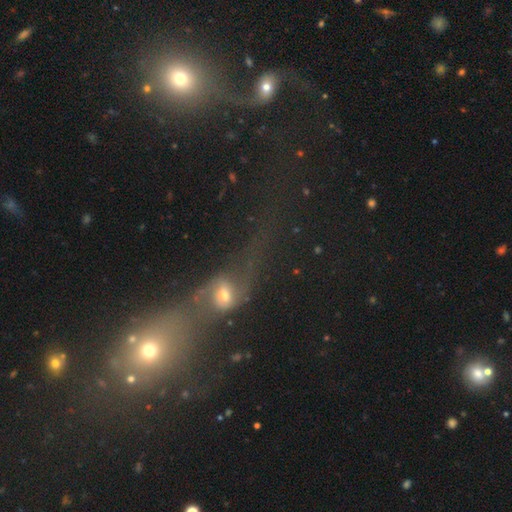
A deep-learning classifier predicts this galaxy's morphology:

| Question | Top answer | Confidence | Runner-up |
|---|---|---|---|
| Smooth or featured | featured or disk | 39% | smooth (34%) |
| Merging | merger | 66% | none (16%) |